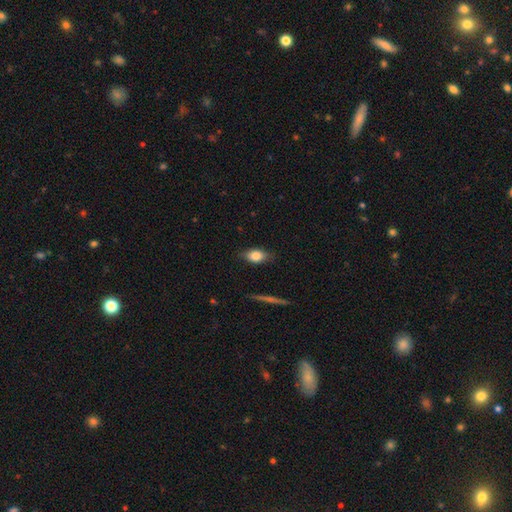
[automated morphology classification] The model was most divided on "merging": none: 78%, minor disturbance: 17%, major disturbance: 3%, merger: 1%. More confident: how rounded — in between (83%); smooth or featured — smooth (79%).